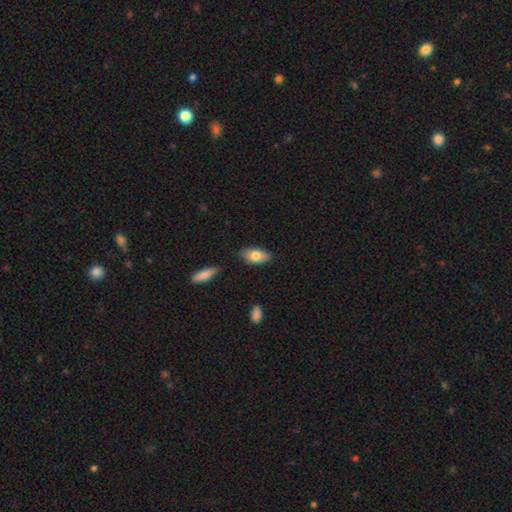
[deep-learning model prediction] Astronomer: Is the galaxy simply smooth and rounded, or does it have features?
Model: smooth — 77%.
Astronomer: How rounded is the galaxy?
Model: in between — 91%.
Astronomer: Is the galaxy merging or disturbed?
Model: none — 79%.